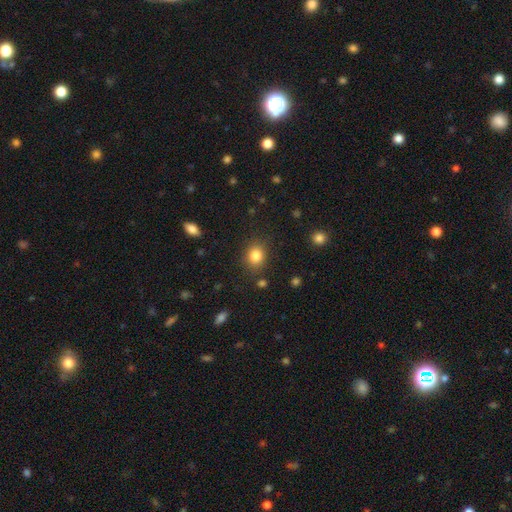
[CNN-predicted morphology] type=smooth (84%); roundness=round (61%); merging=none (83%).